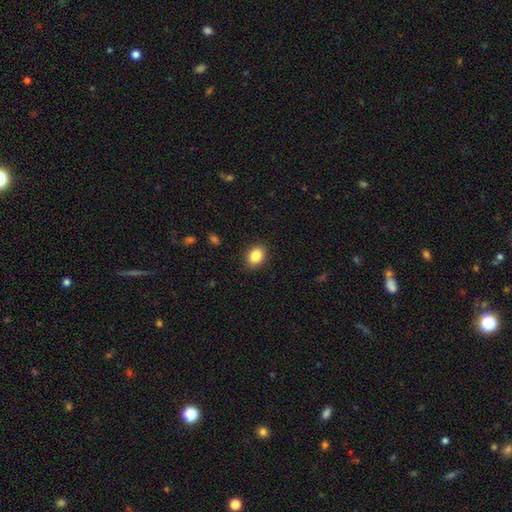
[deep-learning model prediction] Q: Smooth or featured?
A: smooth (86%); runner-up: star or artifact (9%)
Q: How rounded?
A: in between (66%); runner-up: round (33%)
Q: Merging?
A: none (88%); runner-up: minor disturbance (8%)